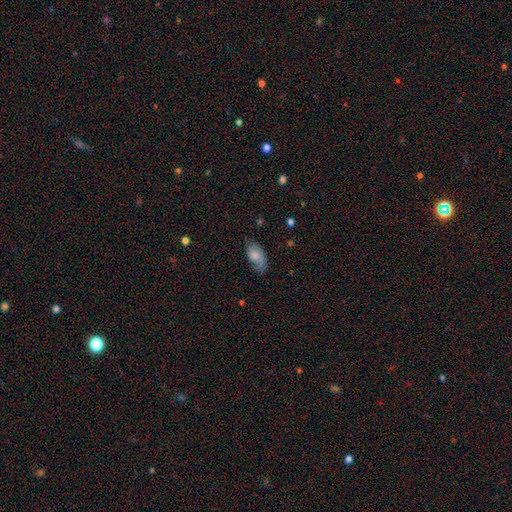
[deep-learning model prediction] Overall: smooth (71%). How rounded: in between (93%). Merging: none (62%; minor disturbance 29%).